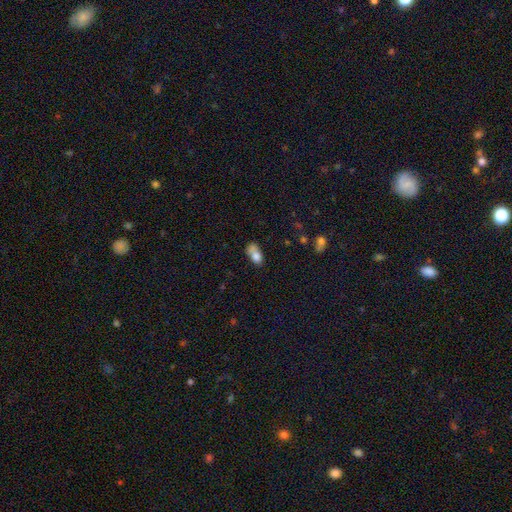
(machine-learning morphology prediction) A smooth galaxy with no disk features (75%) that is in between round and cigar-shaped (79%).

Vote fractions:
- Smooth or featured? smooth: 75% / featured or disk: 15% / star or artifact: 10%
- How rounded? in between: 79% / round: 16% / cigar-shaped: 4%
- Merging? merger: 35% / none: 28% / minor disturbance: 22% / major disturbance: 14%